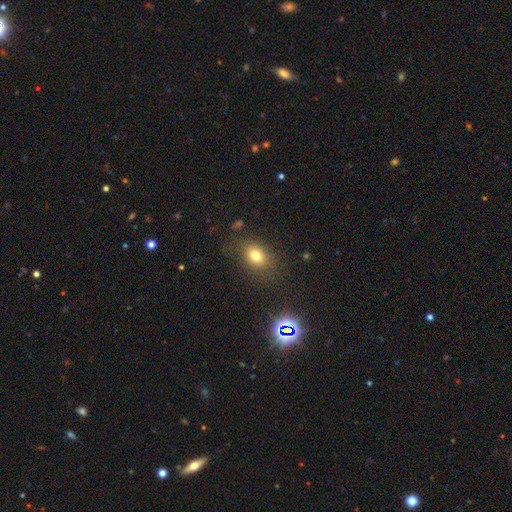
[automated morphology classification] smooth_or_featured: smooth (p=0.75) [alt: star or artifact p=0.15]
how_rounded: in between (p=0.64) [alt: round p=0.35]
merging: none (p=0.77) [alt: minor disturbance p=0.14]